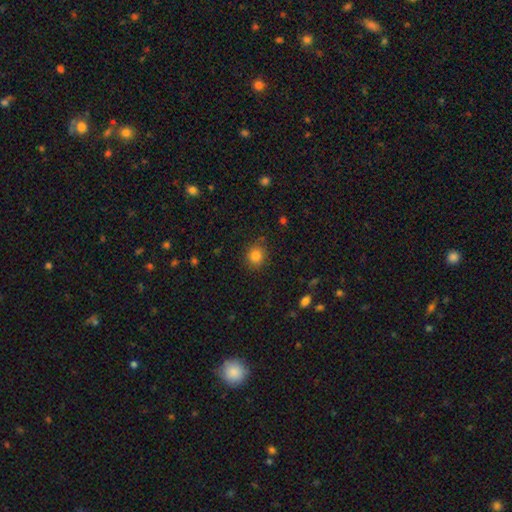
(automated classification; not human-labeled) A smooth galaxy with no disk features (83%) that is round (82%).

Vote fractions:
- Smooth or featured? smooth: 83% / star or artifact: 12% / featured or disk: 6%
- How rounded? round: 82% / in between: 17% / cigar-shaped: 1%
- Merging? none: 86% / minor disturbance: 10% / major disturbance: 3% / merger: 1%